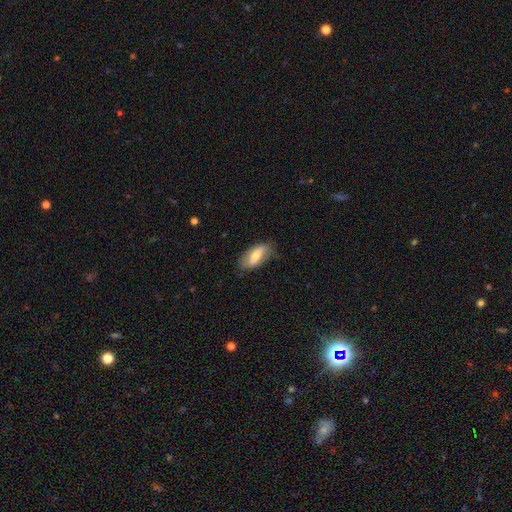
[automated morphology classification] type=smooth (64%); roundness=in between (83%); merging=none (74%).